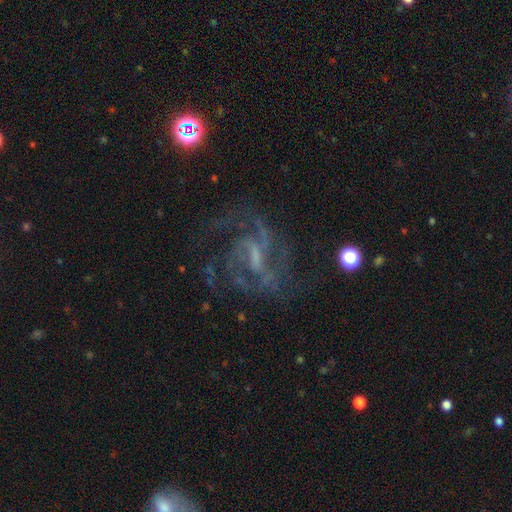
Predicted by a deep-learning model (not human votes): Smooth or featured: featured or disk — 82% (star or artifact — 12%)
Edge-on disk: no — 97% (yes — 3%)
Bar: weak — 52% (strong — 24%)
Spiral arms: yes — 93% (no — 7%)
Spiral winding: medium — 51% (tight — 28%)
Spiral arm count: can't tell — 25% (tied with 2 — 25%)
Bulge size: small — 43% (none — 33%)
Merging: none — 63% (major disturbance — 19%)